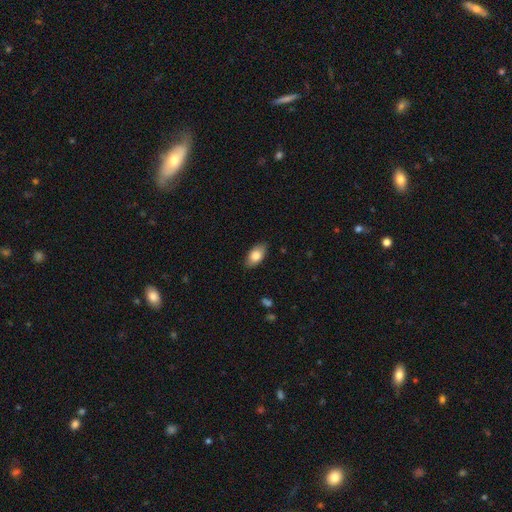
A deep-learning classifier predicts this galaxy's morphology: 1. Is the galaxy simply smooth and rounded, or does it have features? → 81% smooth, 12% featured or disk, 7% star or artifact.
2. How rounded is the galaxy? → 92% in between, 4% round, 3% cigar-shaped.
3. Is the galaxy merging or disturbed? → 86% none, 11% minor disturbance, 2% major disturbance, 1% merger.